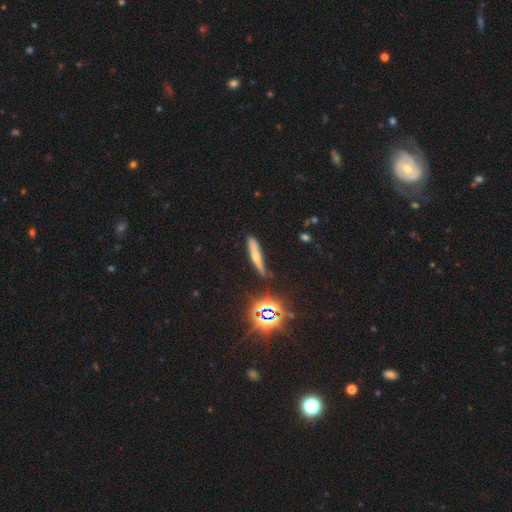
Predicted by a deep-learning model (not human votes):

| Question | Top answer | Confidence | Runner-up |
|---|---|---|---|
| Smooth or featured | smooth | 51% | featured or disk (31%) |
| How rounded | cigar-shaped | 86% | in between (11%) |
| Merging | none | 73% | minor disturbance (18%) |